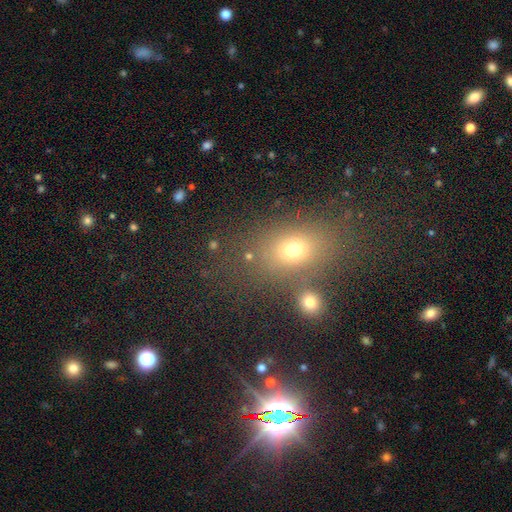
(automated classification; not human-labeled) smooth 55%, star or artifact 32%, featured or disk 13%. Down the decision tree: how rounded — in between (64%); merging — none (77%).